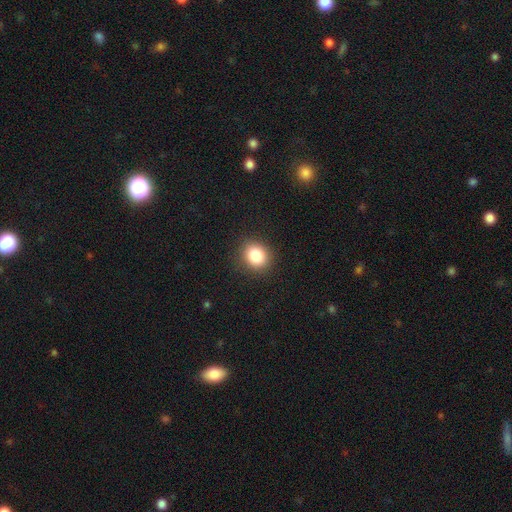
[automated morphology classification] Overall: smooth (84%). How rounded: round (72%). Merging: none (89%).